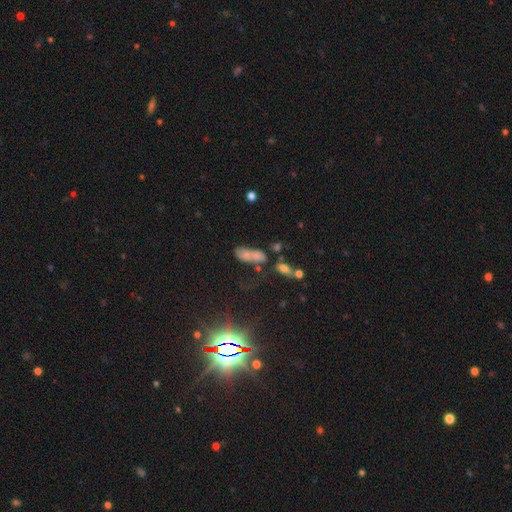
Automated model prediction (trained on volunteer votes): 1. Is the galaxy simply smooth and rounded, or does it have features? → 50% smooth, 28% star or artifact, 22% featured or disk.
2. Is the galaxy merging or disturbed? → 39% merger, 32% none, 16% minor disturbance, 13% major disturbance.